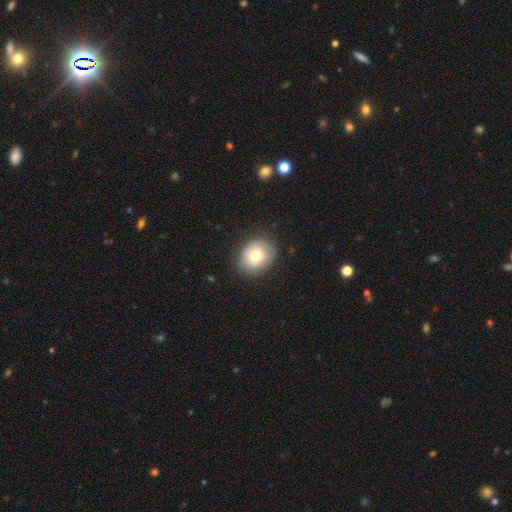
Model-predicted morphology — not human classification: Overall: smooth (71%). How rounded: round (56%; in between 44%). Merging: none (79%).